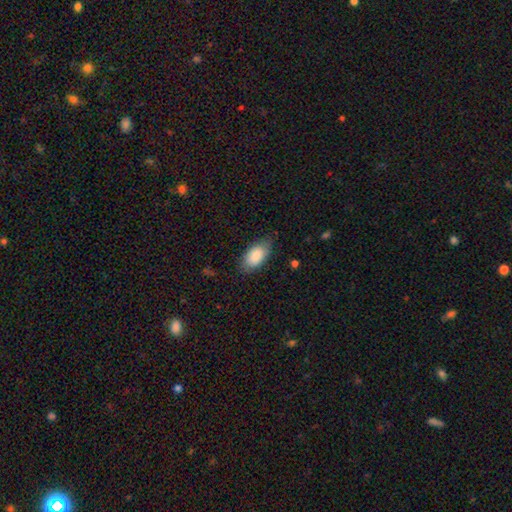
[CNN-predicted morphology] Smooth or featured: smooth — 85% (featured or disk — 8%)
How rounded: in between — 94% (round — 3%)
Merging: none — 77% (minor disturbance — 18%)